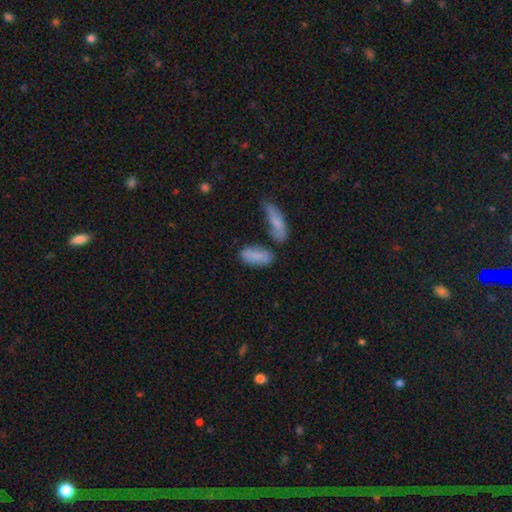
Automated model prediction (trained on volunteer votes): smooth_or_featured: smooth (p=0.82) [alt: featured or disk p=0.10]
how_rounded: in between (p=0.82) [alt: cigar-shaped p=0.15]
merging: none (p=0.57) [alt: minor disturbance p=0.18]